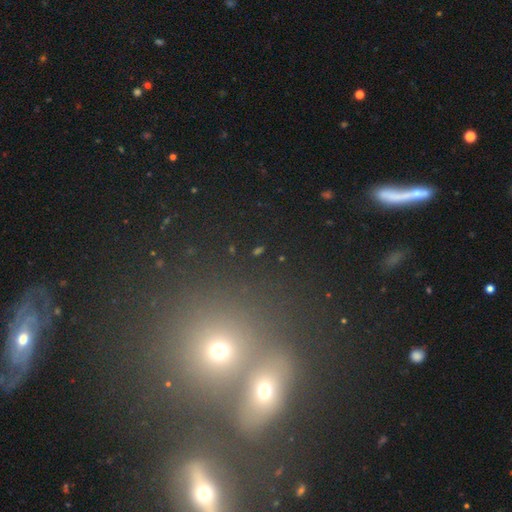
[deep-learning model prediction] Smooth or featured? smooth (44%)
Merging? none (60%)